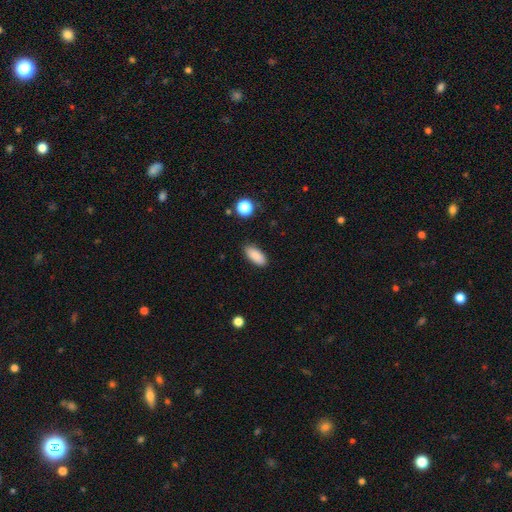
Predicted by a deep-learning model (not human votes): smooth-or-featured: smooth: 88% | star or artifact: 7% | featured or disk: 5%
  how-rounded: in between: 86% | cigar-shaped: 12% | round: 3%
  merging: none: 87% | minor disturbance: 9% | major disturbance: 2% | merger: 1%